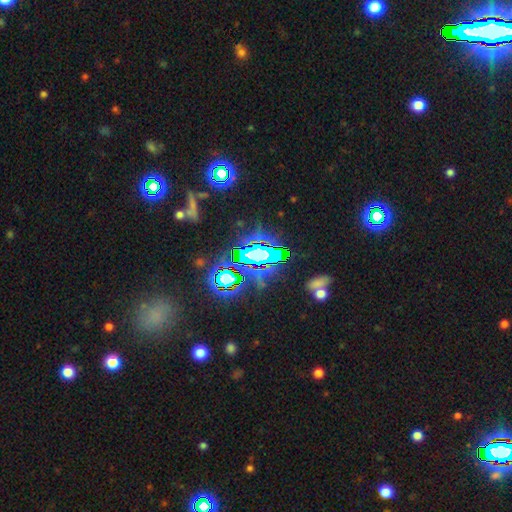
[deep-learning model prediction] Smooth or featured?
  - star or artifact: 79% *
  - smooth: 11%
  - featured or disk: 9%